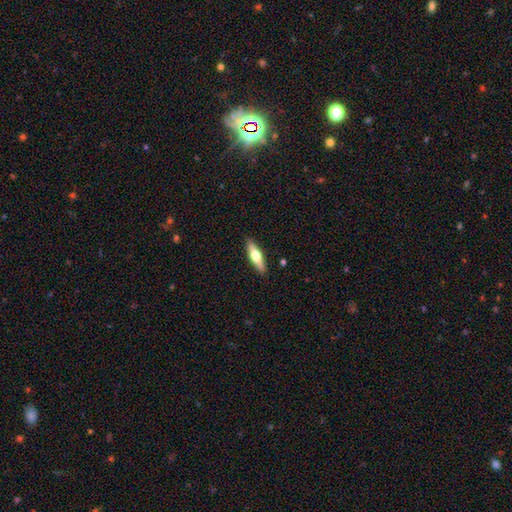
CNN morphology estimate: type=featured or disk (48%); merging=none (89%).